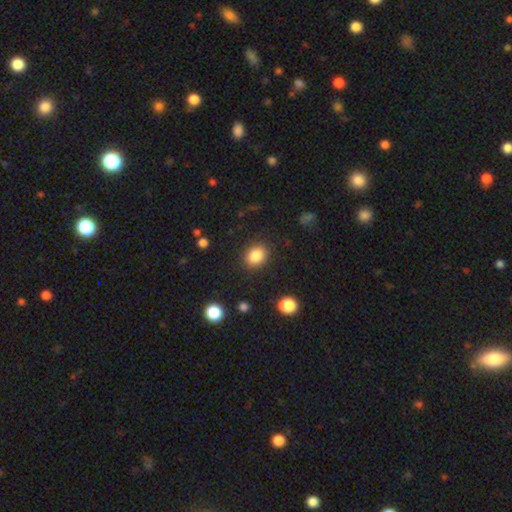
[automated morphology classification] Smooth or featured: smooth — 85% (star or artifact — 10%)
How rounded: round — 51% (in between — 48%)
Merging: none — 86% (minor disturbance — 9%)